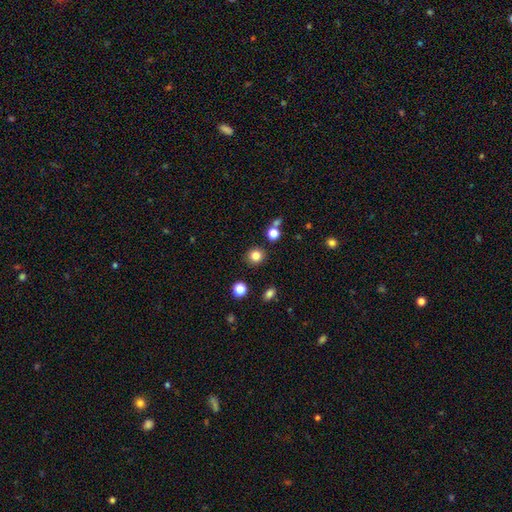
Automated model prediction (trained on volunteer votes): Morphology: type=smooth (82%); roundness=round (90%); merging=none (88%).